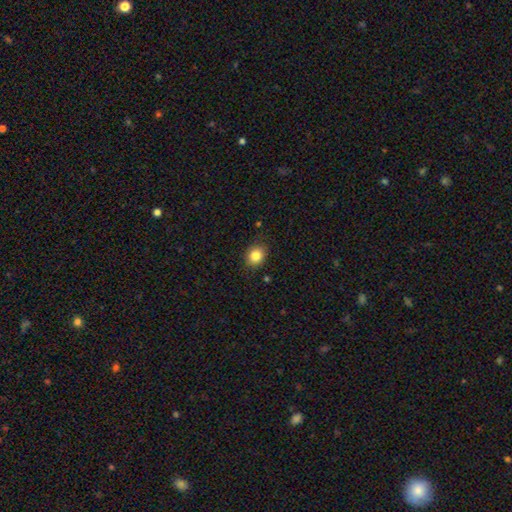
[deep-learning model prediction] smooth 84%, star or artifact 10%, featured or disk 6%. Down the decision tree: how rounded — round (58%); merging — none (85%).